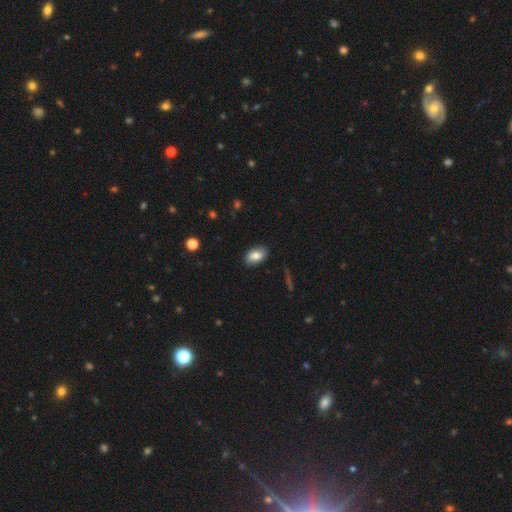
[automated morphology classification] Q: Smooth or featured?
A: smooth (81%); runner-up: featured or disk (11%)
Q: How rounded?
A: in between (90%); runner-up: round (8%)
Q: Merging?
A: none (86%); runner-up: minor disturbance (11%)